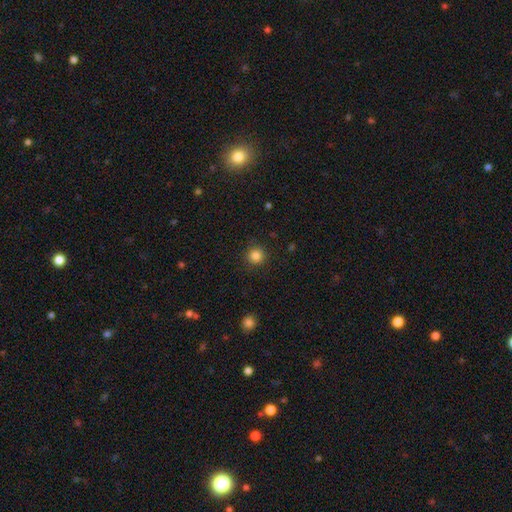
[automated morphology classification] Q: Smooth or featured?
A: smooth (84%); runner-up: star or artifact (12%)
Q: How rounded?
A: round (95%); runner-up: in between (4%)
Q: Merging?
A: none (90%); runner-up: minor disturbance (6%)